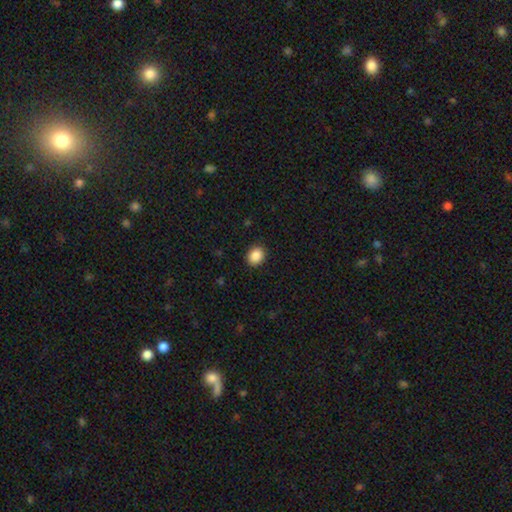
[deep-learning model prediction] This is clearly a smooth galaxy (88%). How rounded: likely round (61%). Merging: clearly none (90%).